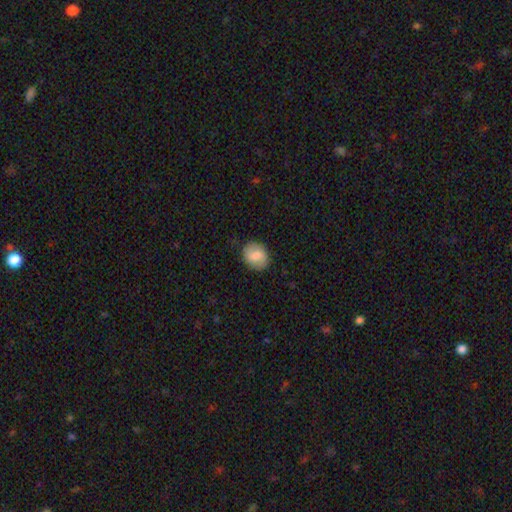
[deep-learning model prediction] Smooth or featured?
  - smooth: 66% *
  - featured or disk: 27%
  - star or artifact: 7%
How rounded?
  - round: 63% *
  - in between: 36%
  - cigar-shaped: 1%
Merging?
  - none: 85% *
  - minor disturbance: 11%
  - major disturbance: 3%
  - merger: 1%